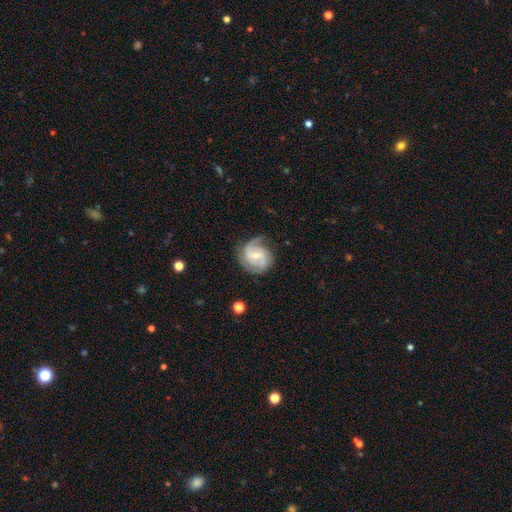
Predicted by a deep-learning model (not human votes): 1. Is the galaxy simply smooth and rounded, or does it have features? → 81% featured or disk, 14% smooth, 5% star or artifact.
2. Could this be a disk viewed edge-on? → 98% no, 2% yes.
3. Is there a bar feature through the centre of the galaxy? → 45% weak, 44% no, 11% strong.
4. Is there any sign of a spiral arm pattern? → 95% yes, 5% no.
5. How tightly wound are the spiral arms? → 43% medium, 42% tight, 15% loose.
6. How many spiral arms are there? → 54% 2, 17% 3, 15% can't tell, 9% 1, 3% 4, 3% more than 4.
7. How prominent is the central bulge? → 52% small, 44% moderate, 2% large, 2% none, 1% dominant.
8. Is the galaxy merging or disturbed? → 66% none, 22% minor disturbance, 10% major disturbance, 2% merger.